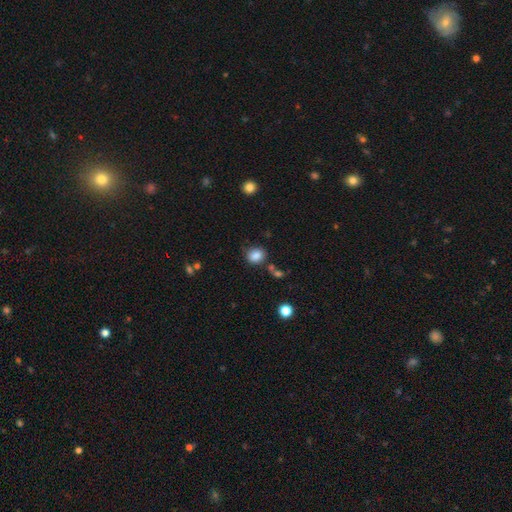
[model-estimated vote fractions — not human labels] Smooth or featured: smooth — 85% (star or artifact — 10%)
How rounded: round — 70% (in between — 29%)
Merging: none — 75% (minor disturbance — 15%)